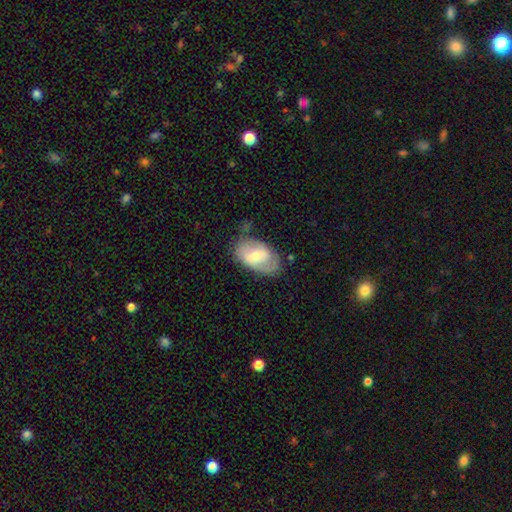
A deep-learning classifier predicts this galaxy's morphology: The model was most divided on "bulge size": moderate: 53%, small: 41%, large: 4%, none: 2%, dominant: 1%. Remaining: edge-on disk — no (94%); merging — none (62%); spiral arms — yes (61%); smooth or featured — featured or disk (53%); bar — weak (48%).